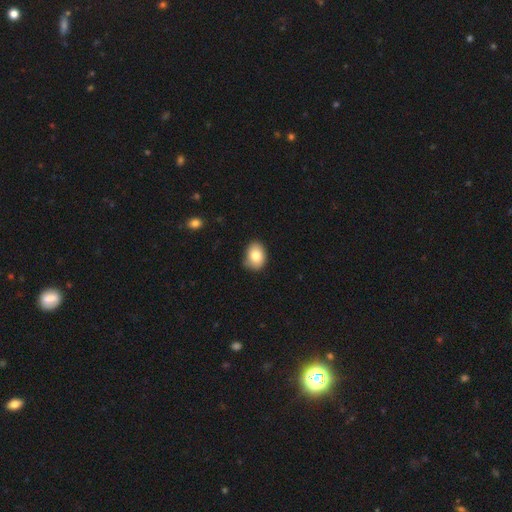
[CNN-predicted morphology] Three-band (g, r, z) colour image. It shows a smooth galaxy with no disk features (81%) that is in between round and cigar-shaped (63%). Merging: none (77%).